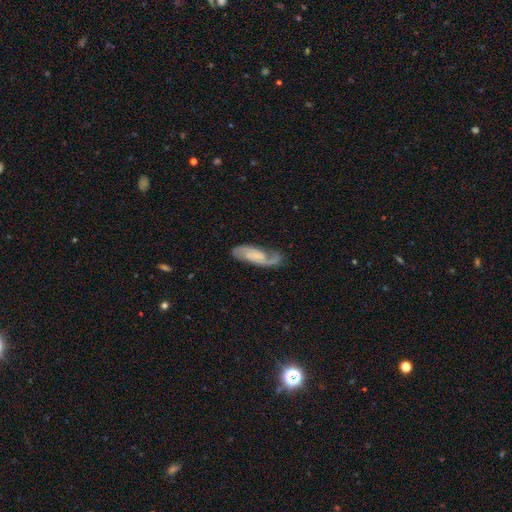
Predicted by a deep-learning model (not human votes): A featured or disk galaxy (75%) with no bar (52%), 2 (80%) medium (47%) spiral arms (94%) and no central bulge (38%).

Vote fractions:
- Smooth or featured? featured or disk: 75% / smooth: 19% / star or artifact: 6%
- Edge-on disk? no: 92% / yes: 8%
- Bar? no: 52% / weak: 36% / strong: 12%
- Spiral arms? yes: 94% / no: 6%
- Spiral winding? medium: 47% / loose: 28% / tight: 25%
- Spiral arm count? 2: 80% / 1: 11% / can't tell: 6% / 3: 1% / 4: 1% / more than 4: 1%
- Bulge size? none: 38% / small: 37% / moderate: 18% / large: 5% / dominant: 2%
- Merging? none: 68% / minor disturbance: 19% / major disturbance: 10% / merger: 2%